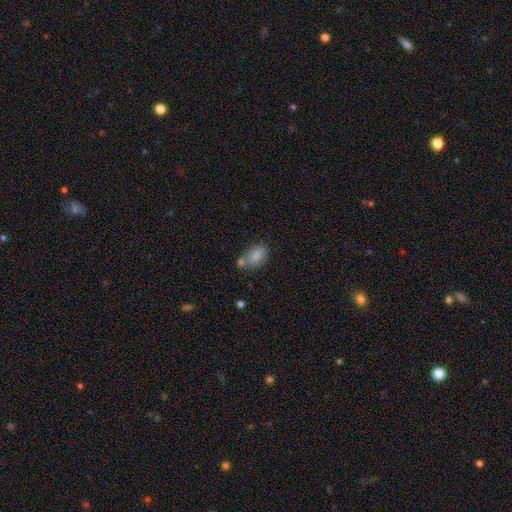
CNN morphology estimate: Overall: smooth (83%). How rounded: in between (87%). Merging: none (44%; merger 34%).